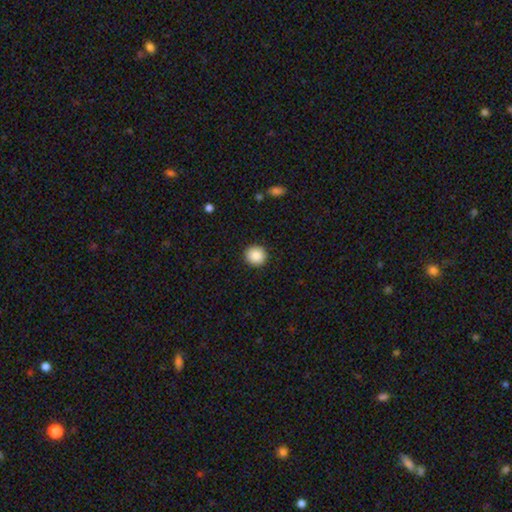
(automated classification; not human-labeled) smooth 88%, star or artifact 8%, featured or disk 4%. Down the decision tree: how rounded — round (93%); merging — none (92%).